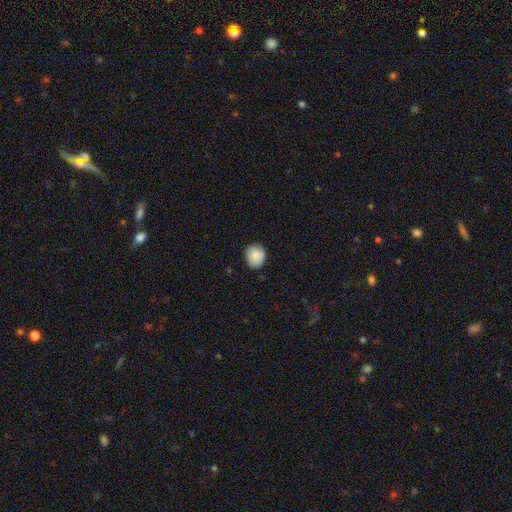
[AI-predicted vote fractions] smooth_or_featured: smooth (p=0.86) [alt: star or artifact p=0.07]
how_rounded: round (p=0.70) [alt: in between p=0.29]
merging: none (p=0.81) [alt: minor disturbance p=0.16]